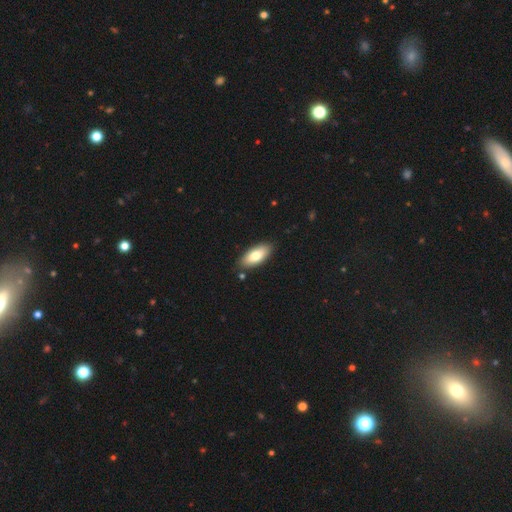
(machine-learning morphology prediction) Smooth or featured? smooth (77%)
How rounded? in between (87%)
Merging? none (86%)